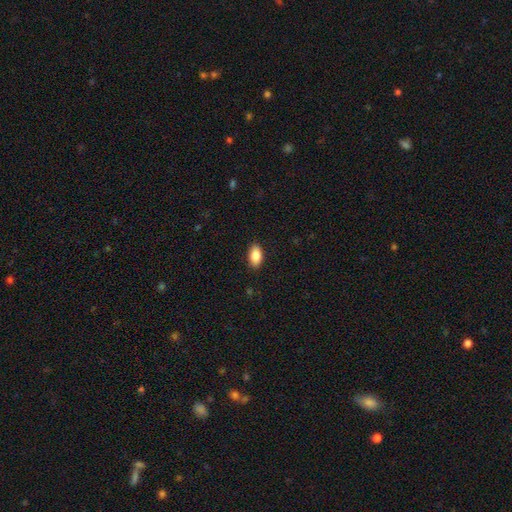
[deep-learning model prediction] This is clearly a smooth galaxy (87%). How rounded: clearly in between (93%). Merging: clearly none (88%).